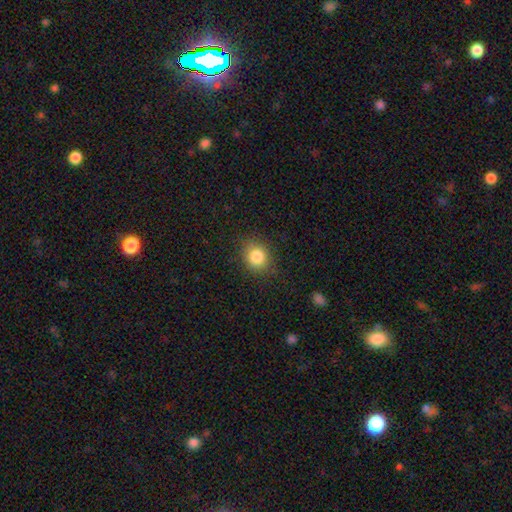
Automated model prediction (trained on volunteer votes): This is clearly a smooth galaxy (83%). How rounded: likely round (63%). Merging: clearly none (85%).